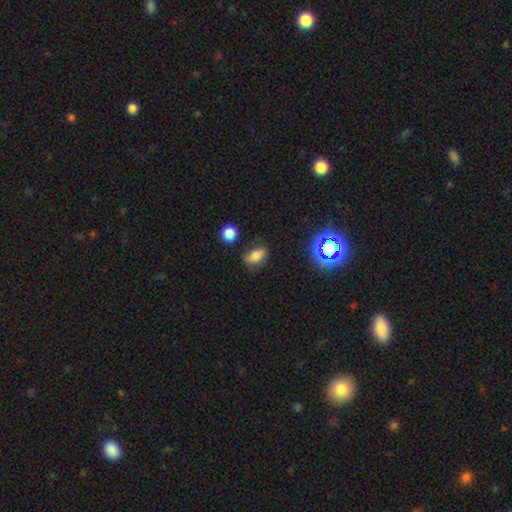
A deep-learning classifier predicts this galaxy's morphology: smooth_or_featured: smooth (p=0.71) [alt: star or artifact p=0.17]
how_rounded: in between (p=0.83) [alt: round p=0.12]
merging: none (p=0.71) [alt: minor disturbance p=0.20]